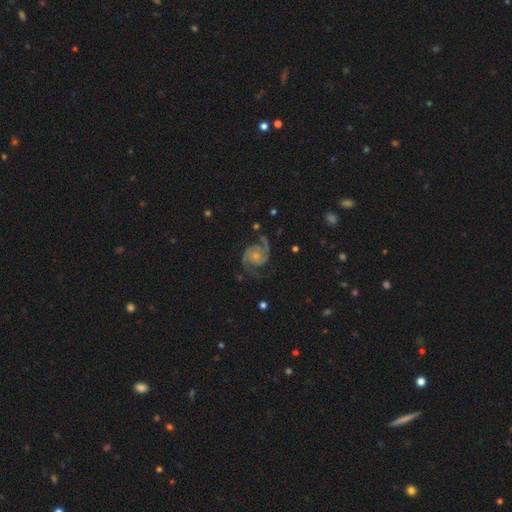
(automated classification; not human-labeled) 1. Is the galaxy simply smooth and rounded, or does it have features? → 90% featured or disk, 5% smooth, 5% star or artifact.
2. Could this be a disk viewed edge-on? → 98% no, 2% yes.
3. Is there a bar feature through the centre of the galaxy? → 73% no, 21% weak, 5% strong.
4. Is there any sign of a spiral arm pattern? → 98% yes, 2% no.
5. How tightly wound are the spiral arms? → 54% medium, 30% loose, 16% tight.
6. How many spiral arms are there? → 92% 2, 2% 3, 2% can't tell, 1% 1, 1% 4, 1% more than 4.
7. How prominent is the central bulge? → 67% small, 22% moderate, 8% none, 3% large, 1% dominant.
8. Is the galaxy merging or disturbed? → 72% none, 16% minor disturbance, 10% major disturbance, 2% merger.